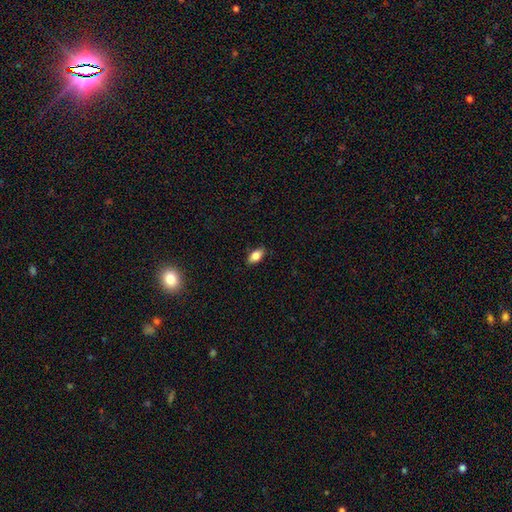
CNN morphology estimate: smooth 83%, featured or disk 9%, star or artifact 8%. Down the decision tree: how rounded — in between (89%); merging — none (85%).